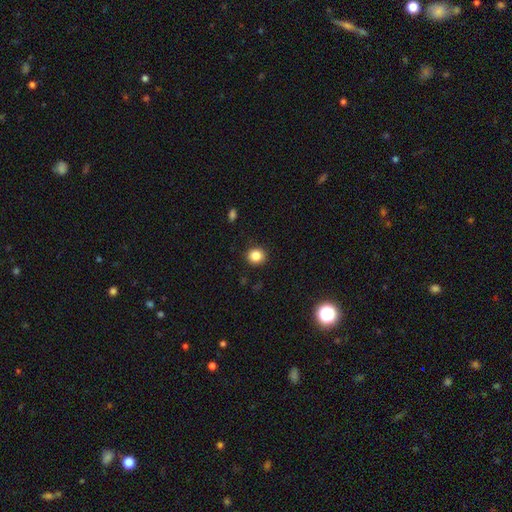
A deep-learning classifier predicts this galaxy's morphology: Smooth or featured? smooth (85%)
How rounded? round (88%)
Merging? none (91%)